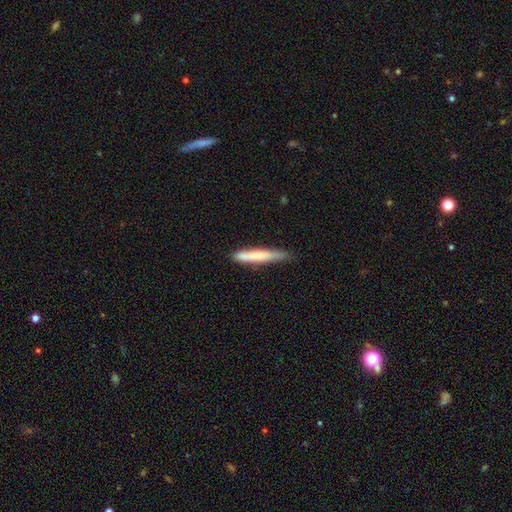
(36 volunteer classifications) Volunteers were most divided on "merging": none: 74%, minor disturbance: 23%, merger: 3%, major disturbance: 0%. More confident: how rounded — cigar-shaped (89%); smooth or featured — smooth (78%).